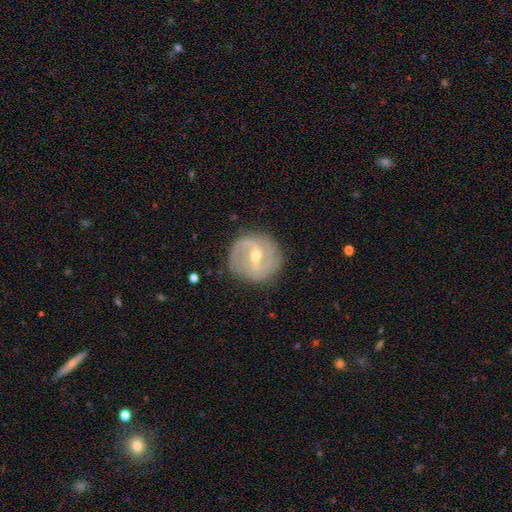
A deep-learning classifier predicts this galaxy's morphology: Smooth or featured? featured or disk (83%)
Edge-on disk? no (97%)
Bar? weak (56%)
Spiral arms? yes (93%)
Spiral winding? medium (43%)
Spiral arm count? 2 (69%)
Bulge size? moderate (63%)
Merging? none (81%)